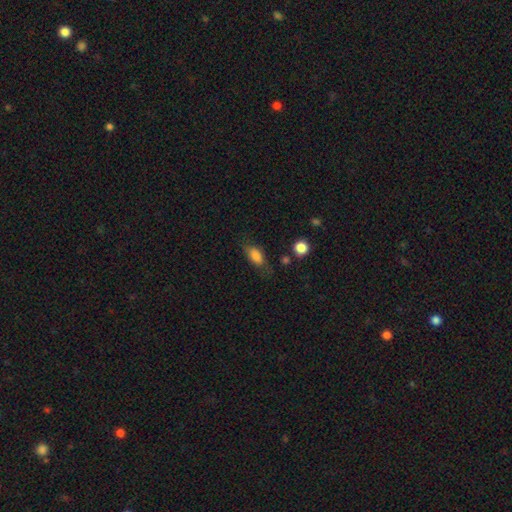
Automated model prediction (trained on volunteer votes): Smooth or featured: smooth — 80% (featured or disk — 11%)
How rounded: in between — 84% (cigar-shaped — 10%)
Merging: none — 63% (minor disturbance — 25%)